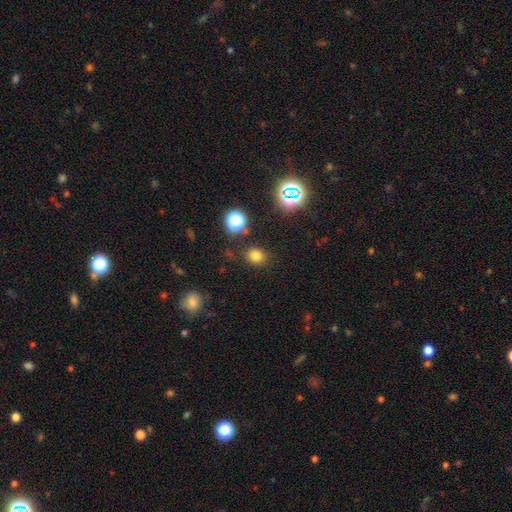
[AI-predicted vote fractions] A smooth galaxy with no disk features (75%) that is round (71%).

Vote fractions:
- Smooth or featured? smooth: 75% / star or artifact: 19% / featured or disk: 6%
- How rounded? round: 71% / in between: 28% / cigar-shaped: 1%
- Merging? none: 84% / minor disturbance: 10% / major disturbance: 4% / merger: 3%